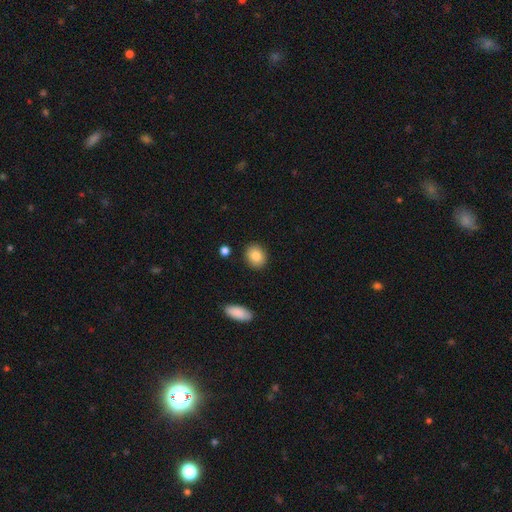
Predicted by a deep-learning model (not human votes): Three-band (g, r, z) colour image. It shows a smooth galaxy with no disk features (86%) that is round (53%). Merging: none (88%).